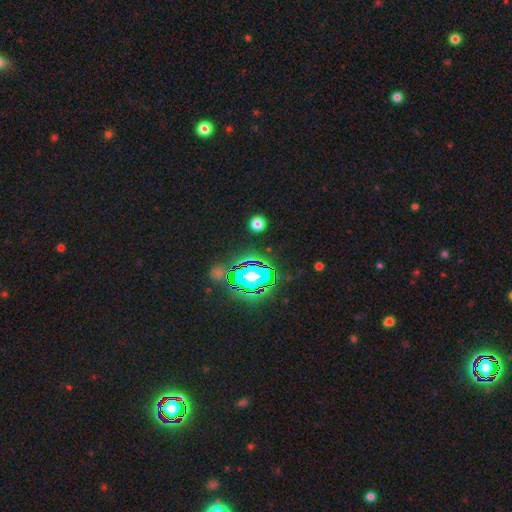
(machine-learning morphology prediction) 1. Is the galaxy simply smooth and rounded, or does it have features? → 81% star or artifact, 11% smooth, 9% featured or disk.